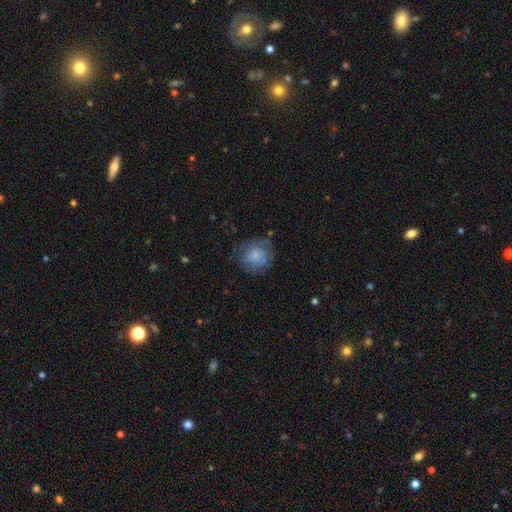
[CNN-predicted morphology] Smooth or featured?
  - smooth: 71% *
  - featured or disk: 20%
  - star or artifact: 9%
How rounded?
  - round: 85% *
  - in between: 14%
  - cigar-shaped: 1%
Merging?
  - none: 65% *
  - minor disturbance: 22%
  - major disturbance: 11%
  - merger: 2%